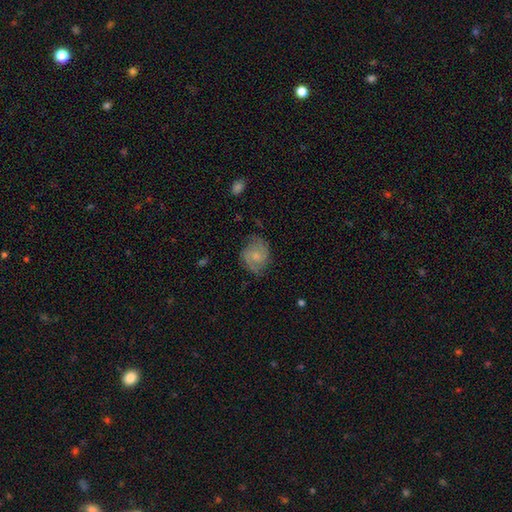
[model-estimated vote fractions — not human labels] Q: Smooth or featured?
A: featured or disk (70%); runner-up: smooth (23%)
Q: Edge-on disk?
A: no (98%); runner-up: yes (2%)
Q: Bar?
A: no (60%); runner-up: weak (35%)
Q: Spiral arms?
A: yes (93%); runner-up: no (7%)
Q: Spiral winding?
A: medium (48%); runner-up: tight (33%)
Q: Spiral arm count?
A: 2 (80%); runner-up: can't tell (9%)
Q: Bulge size?
A: small (54%); runner-up: moderate (33%)
Q: Merging?
A: none (68%); runner-up: minor disturbance (22%)